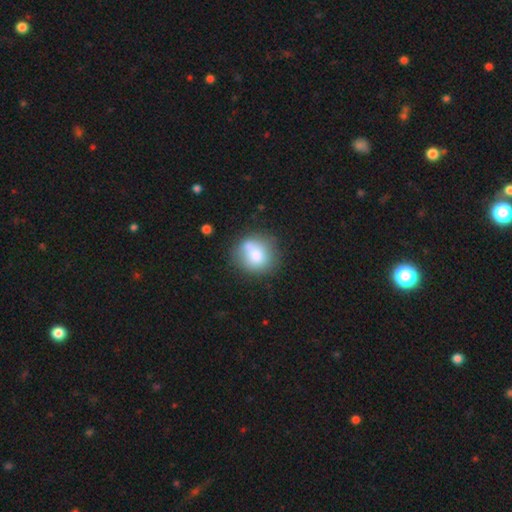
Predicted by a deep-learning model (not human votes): smooth-or-featured: smooth: 74% | featured or disk: 17% | star or artifact: 10%
  how-rounded: round: 78% | in between: 21% | cigar-shaped: 1%
  merging: none: 58% | minor disturbance: 20% | merger: 15% | major disturbance: 7%